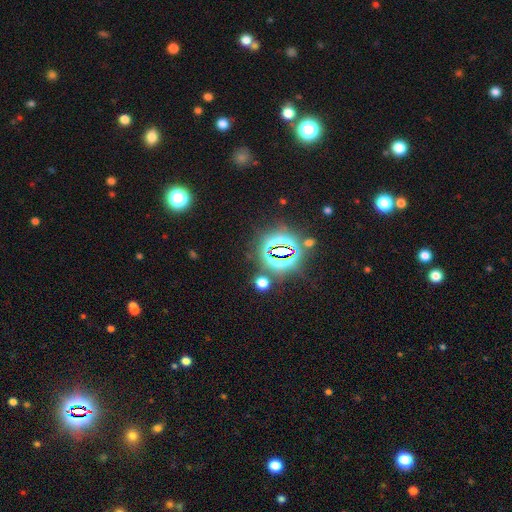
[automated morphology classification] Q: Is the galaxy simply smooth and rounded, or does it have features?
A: star or artifact — 83%.